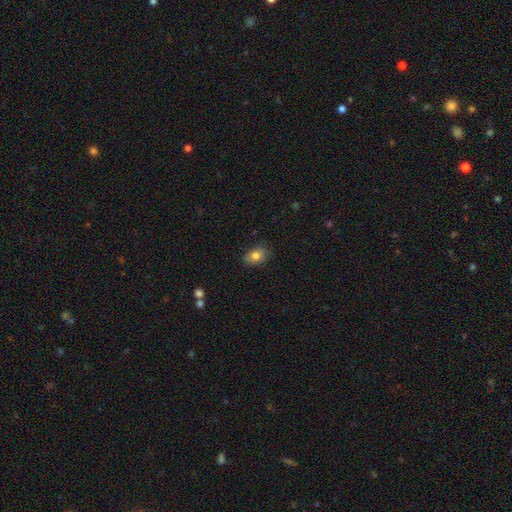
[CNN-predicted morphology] This is clearly a smooth galaxy (80%). How rounded: likely in between (77%). Merging: clearly none (83%).